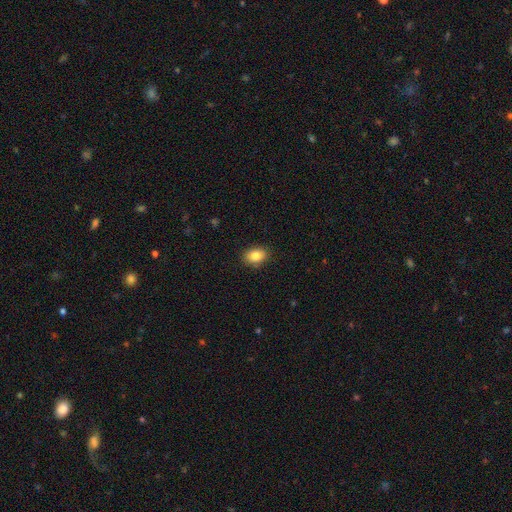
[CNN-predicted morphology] Overall: smooth (84%). How rounded: in between (75%). Merging: none (88%).